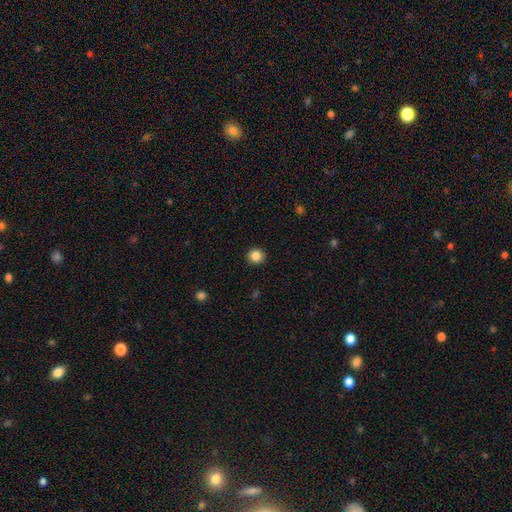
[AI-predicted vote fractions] This is clearly a smooth galaxy (86%). How rounded: clearly round (90%). Merging: clearly none (92%).